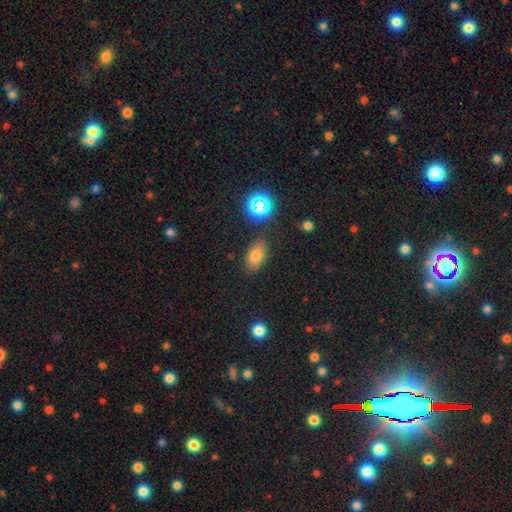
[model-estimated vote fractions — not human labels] Smooth or featured?
  - smooth: 73% *
  - star or artifact: 16%
  - featured or disk: 11%
How rounded?
  - in between: 86% *
  - round: 12%
  - cigar-shaped: 2%
Merging?
  - none: 82% *
  - minor disturbance: 12%
  - major disturbance: 3%
  - merger: 3%